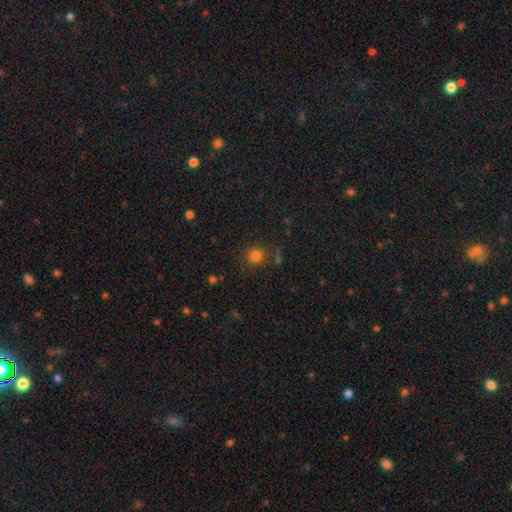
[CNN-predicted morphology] Smooth or featured?
  - smooth: 79% *
  - star or artifact: 16%
  - featured or disk: 5%
How rounded?
  - round: 92% *
  - in between: 8%
  - cigar-shaped: 1%
Merging?
  - none: 80% *
  - minor disturbance: 10%
  - merger: 6%
  - major disturbance: 4%